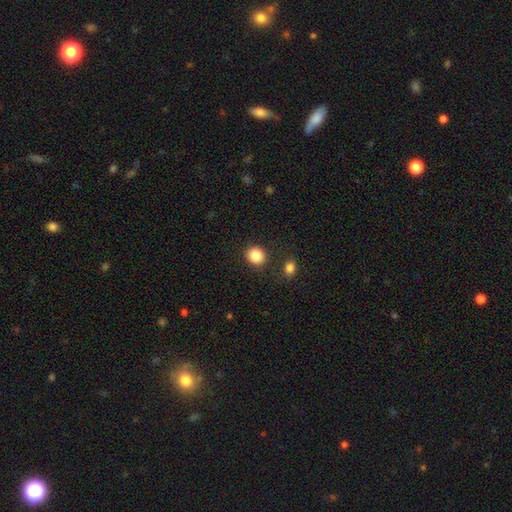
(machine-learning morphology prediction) The model was most divided on "how rounded": round: 77%, in between: 22%, cigar-shaped: 1%. More confident: smooth or featured — smooth (86%); merging — none (85%).